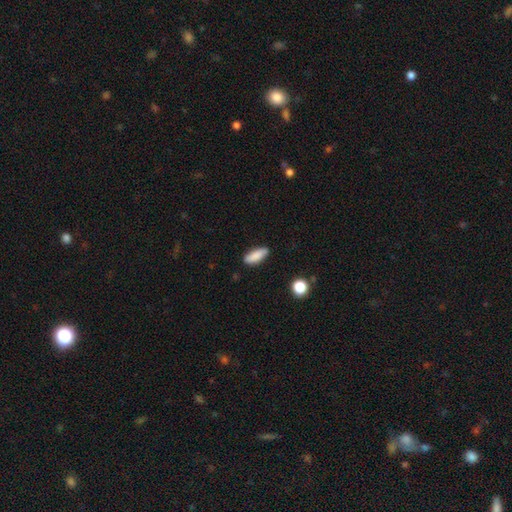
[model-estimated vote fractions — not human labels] Smooth or featured? smooth (85%)
How rounded? in between (69%)
Merging? none (84%)